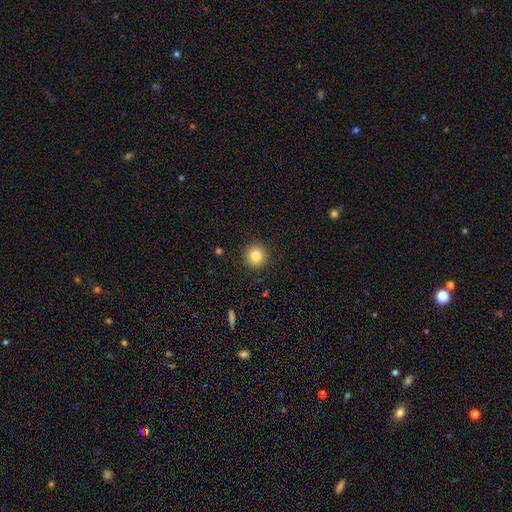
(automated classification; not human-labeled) Q: Smooth or featured?
A: smooth (83%); runner-up: star or artifact (10%)
Q: How rounded?
A: round (94%); runner-up: in between (5%)
Q: Merging?
A: none (91%); runner-up: minor disturbance (6%)